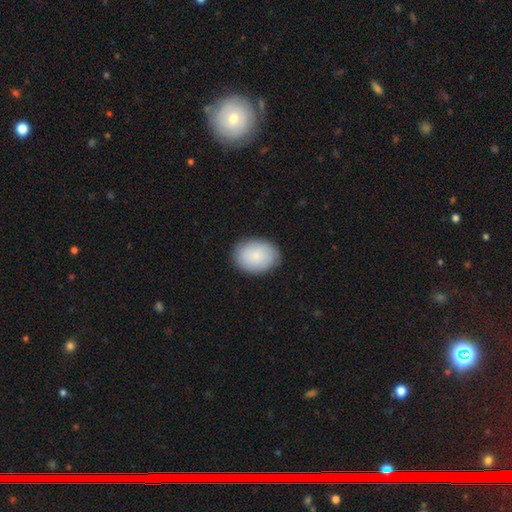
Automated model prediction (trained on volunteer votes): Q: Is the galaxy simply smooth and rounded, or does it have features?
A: smooth — 81%.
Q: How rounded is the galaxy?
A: in between — 66%.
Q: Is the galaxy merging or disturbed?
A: none — 87%.